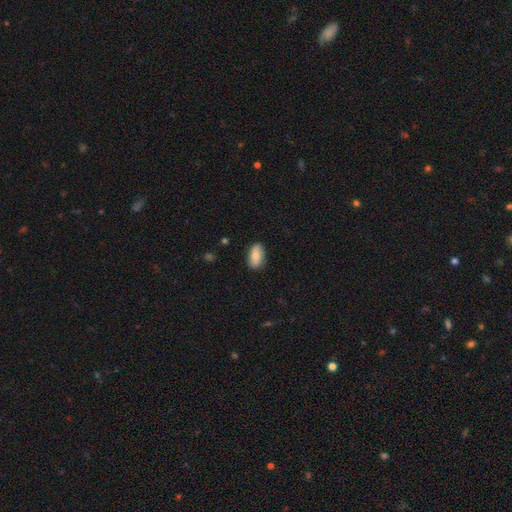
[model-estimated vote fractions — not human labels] A smooth galaxy with no disk features (75%) that is in between round and cigar-shaped (92%).

Vote fractions:
- Smooth or featured? smooth: 75% / featured or disk: 18% / star or artifact: 7%
- How rounded? in between: 92% / round: 4% / cigar-shaped: 3%
- Merging? none: 86% / minor disturbance: 11% / major disturbance: 2% / merger: 1%